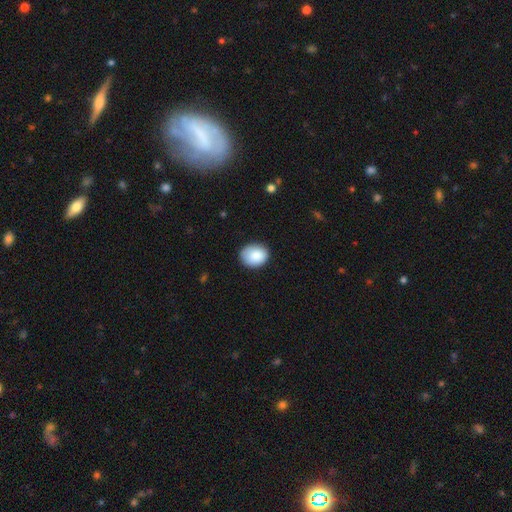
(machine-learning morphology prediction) This appears to be a smooth galaxy with no disk features (88%) that is round (54%). Merging: none (81%).